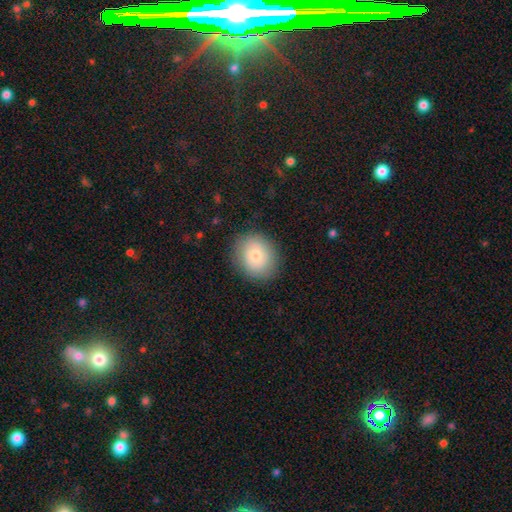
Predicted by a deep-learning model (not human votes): A smooth galaxy with no disk features (75%) that is round (71%). Merging: none (85%).